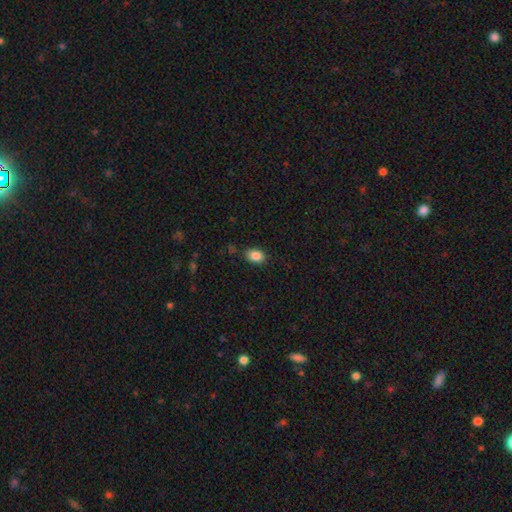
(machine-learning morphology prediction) smooth-or-featured: smooth: 86% | star or artifact: 9% | featured or disk: 5%
  how-rounded: in between: 81% | round: 18% | cigar-shaped: 1%
  merging: none: 83% | minor disturbance: 12% | major disturbance: 3% | merger: 2%